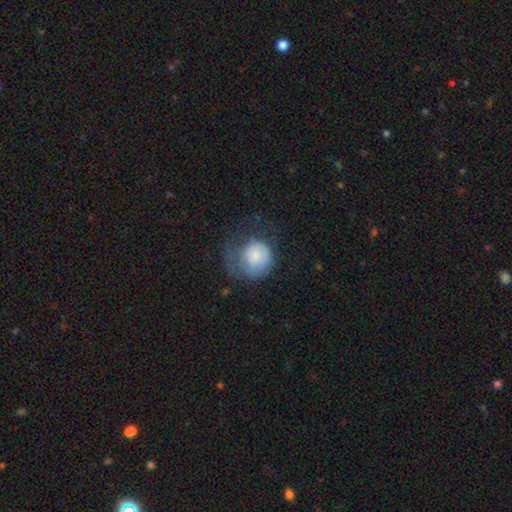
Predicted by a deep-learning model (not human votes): smooth_or_featured: smooth (p=0.68) [alt: featured or disk p=0.24]
how_rounded: round (p=0.82) [alt: in between p=0.17]
merging: major disturbance (p=0.44) [alt: none p=0.30]